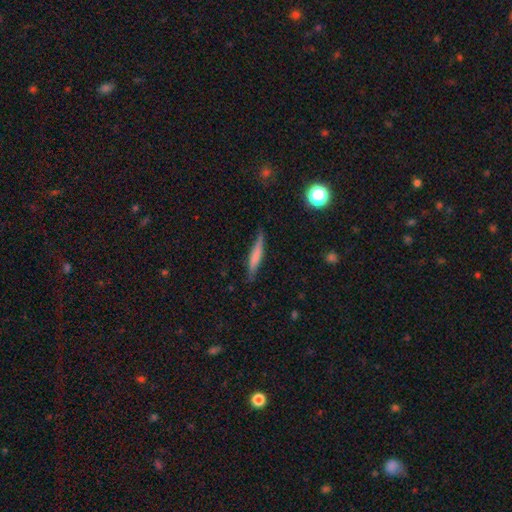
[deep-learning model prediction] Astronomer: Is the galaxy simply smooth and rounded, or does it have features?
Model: smooth — 59% (runner-up: featured or disk, 34%).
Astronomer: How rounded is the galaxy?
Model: cigar-shaped — 90%.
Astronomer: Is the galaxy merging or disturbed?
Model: none — 79%.